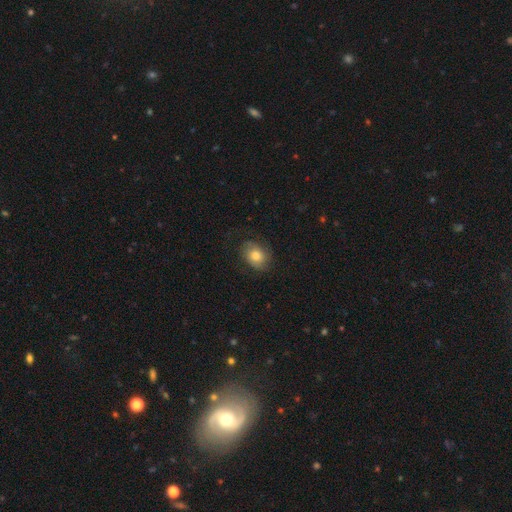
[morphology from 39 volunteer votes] Smooth or featured: smooth — 64% (featured or disk — 36%)
How rounded: in between — 80% (round — 20%)
Merging: major disturbance — 41% (none — 36%)